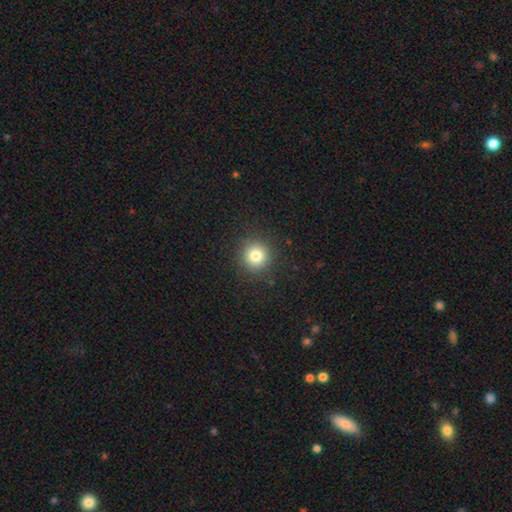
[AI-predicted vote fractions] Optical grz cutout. It shows a smooth galaxy with no disk features (81%) that is round (94%). Merging: none (90%).